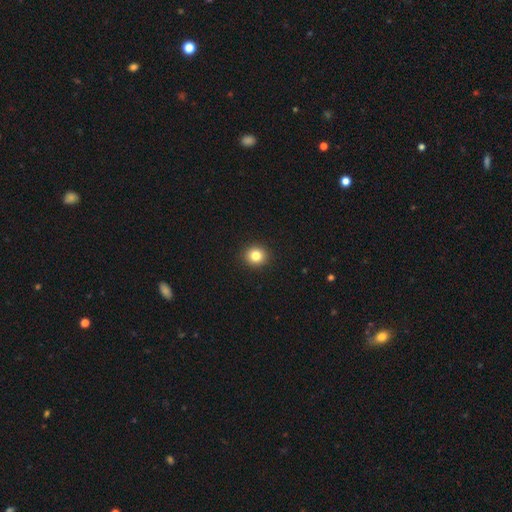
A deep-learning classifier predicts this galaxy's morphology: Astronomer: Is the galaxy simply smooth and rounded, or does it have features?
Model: smooth — 82%.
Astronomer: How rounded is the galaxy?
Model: round — 90%.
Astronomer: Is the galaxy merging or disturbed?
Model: none — 93%.